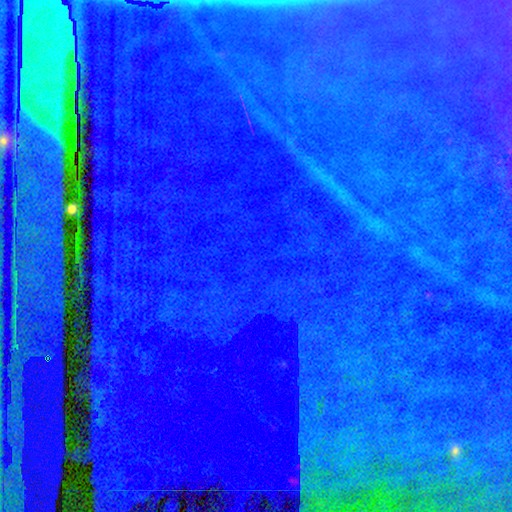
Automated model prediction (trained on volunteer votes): This is clearly a star or artifact rather than a galaxy (86%).